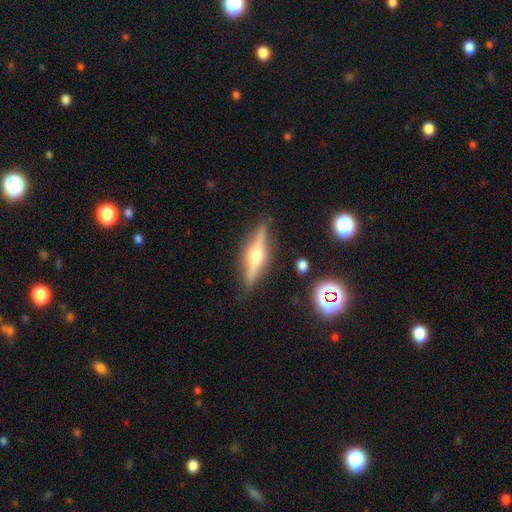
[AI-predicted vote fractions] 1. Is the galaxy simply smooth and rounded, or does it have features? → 75% featured or disk, 19% smooth, 7% star or artifact.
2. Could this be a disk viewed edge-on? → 97% yes, 3% no.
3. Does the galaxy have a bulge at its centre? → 93% rounded, 5% boxy, 2% none.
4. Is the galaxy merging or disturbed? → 88% none, 8% minor disturbance, 2% major disturbance, 1% merger.